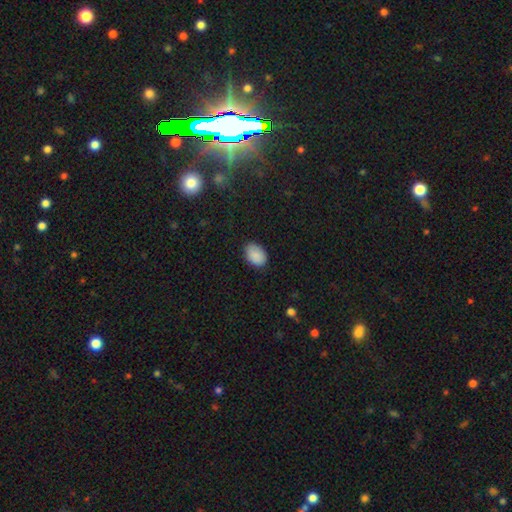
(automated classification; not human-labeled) Smooth or featured: smooth — 88% (star or artifact — 8%)
How rounded: in between — 83% (round — 16%)
Merging: none — 82% (minor disturbance — 14%)